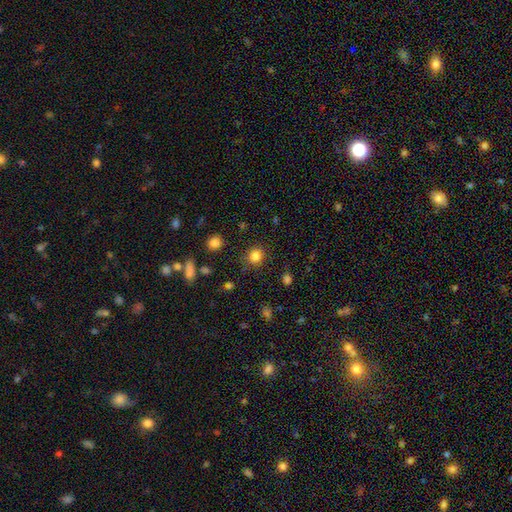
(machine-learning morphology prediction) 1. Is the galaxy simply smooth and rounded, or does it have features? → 83% smooth, 12% star or artifact, 5% featured or disk.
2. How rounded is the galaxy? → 85% round, 14% in between, 1% cigar-shaped.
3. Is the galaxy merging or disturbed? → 85% none, 9% minor disturbance, 3% major disturbance, 2% merger.